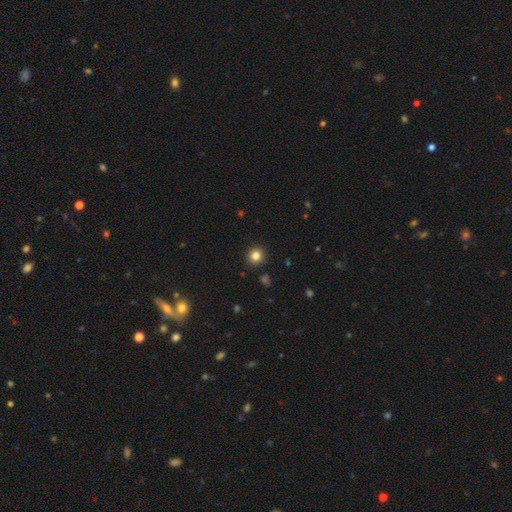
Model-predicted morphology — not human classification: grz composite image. It shows a smooth galaxy with no disk features (82%) that is round (90%). Merging: none (91%).